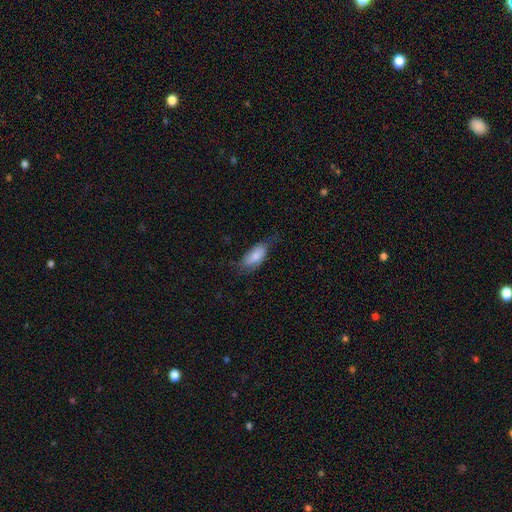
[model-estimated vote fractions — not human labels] Overall: smooth (77%). How rounded: in between (87%). Merging: none (53%; minor disturbance 32%).